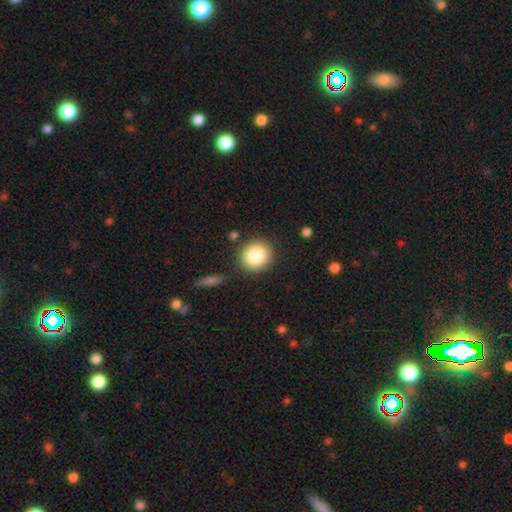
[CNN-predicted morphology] smooth_or_featured: smooth (p=0.85) [alt: star or artifact p=0.08]
how_rounded: round (p=0.84) [alt: in between p=0.15]
merging: none (p=0.86) [alt: minor disturbance p=0.08]